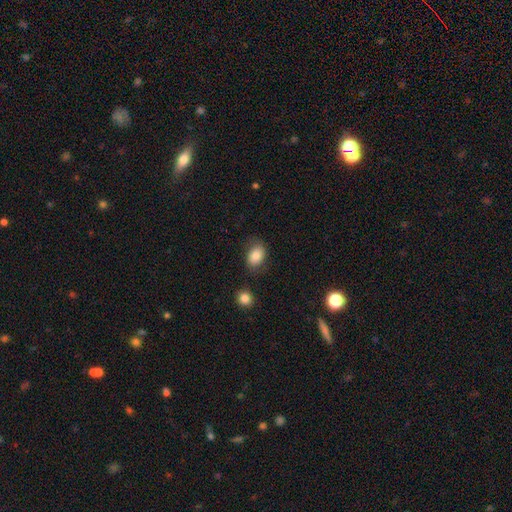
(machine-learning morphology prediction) A smooth galaxy with no disk features (84%) that is in between round and cigar-shaped (79%).

Vote fractions:
- Smooth or featured? smooth: 84% / star or artifact: 8% / featured or disk: 8%
- How rounded? in between: 79% / round: 20% / cigar-shaped: 1%
- Merging? none: 73% / minor disturbance: 18% / major disturbance: 5% / merger: 4%